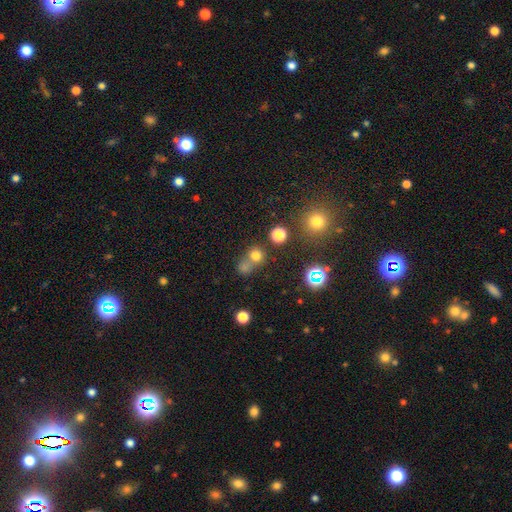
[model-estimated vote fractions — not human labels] smooth-or-featured: smooth: 70% | star or artifact: 21% | featured or disk: 9%
  how-rounded: round: 84% | in between: 15% | cigar-shaped: 1%
  merging: none: 49% | merger: 40% | minor disturbance: 7% | major disturbance: 4%